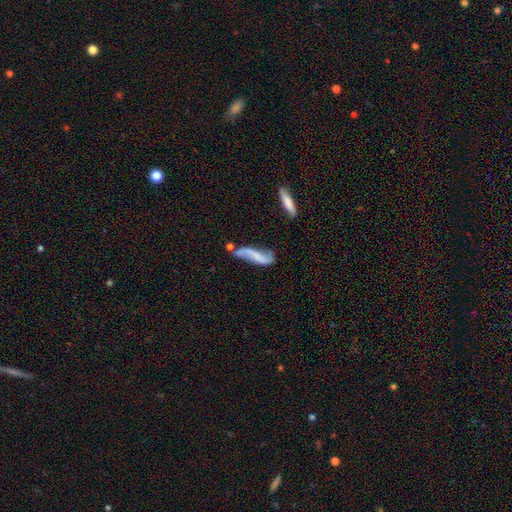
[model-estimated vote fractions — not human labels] Overall: featured or disk (66%). Edge-on disk: no (86%). Bar: no (48%; weak 33%). Spiral arms: yes (88%). Spiral arm count: 2 (89%). Spiral winding: loose (85%). Bulge size: none (51%; small 33%). Merging: none (49%; minor disturbance 25%).